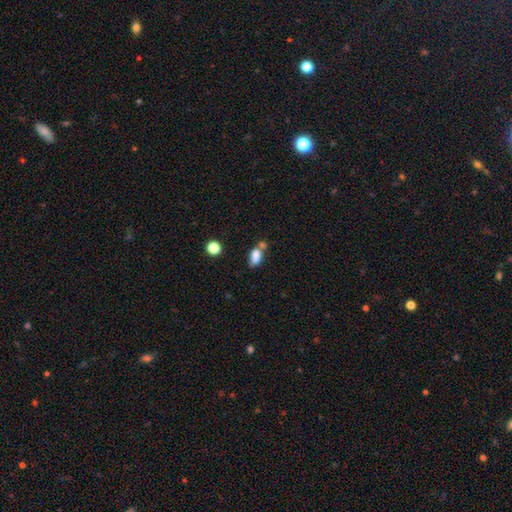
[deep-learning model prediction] Smooth or featured: smooth — 79% (featured or disk — 11%)
How rounded: in between — 85% (round — 8%)
Merging: none — 42% (merger — 34%)